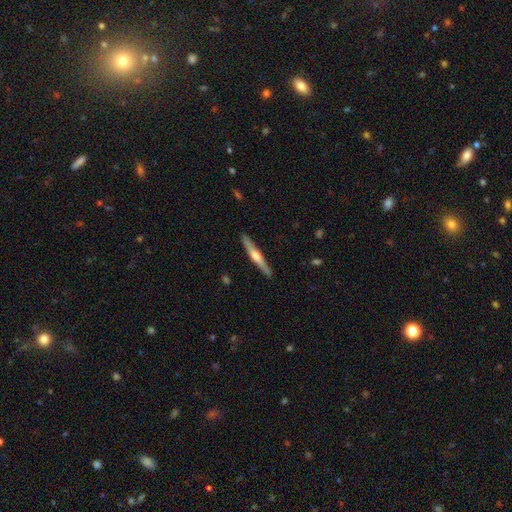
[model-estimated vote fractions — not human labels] Overall: featured or disk (65%; smooth 30%). Edge-on disk: yes (97%). Edge-on bulge: rounded (86%). Merging: none (89%).